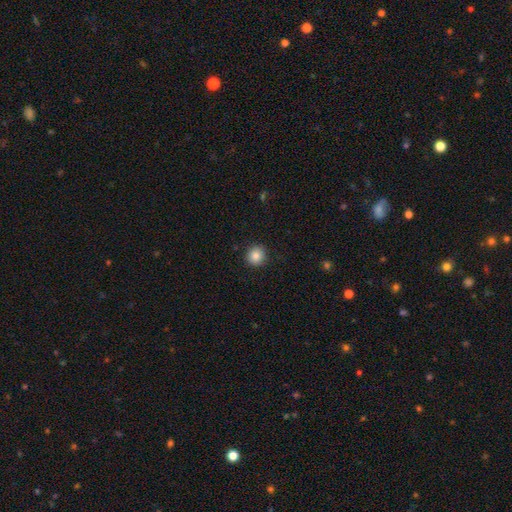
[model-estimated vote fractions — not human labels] A smooth galaxy with no disk features (86%) that is round (93%).

Vote fractions:
- Smooth or featured? smooth: 86% / star or artifact: 9% / featured or disk: 5%
- How rounded? round: 93% / in between: 6% / cigar-shaped: 1%
- Merging? none: 91% / minor disturbance: 6% / major disturbance: 2% / merger: 1%